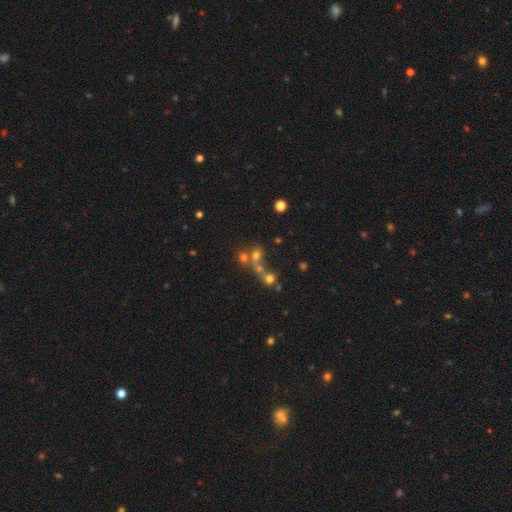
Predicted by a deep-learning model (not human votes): smooth-or-featured: smooth: 57% | star or artifact: 23% | featured or disk: 20%
  how-rounded: round: 75% | in between: 23% | cigar-shaped: 2%
  merging: merger: 50% | none: 36% | major disturbance: 8% | minor disturbance: 7%